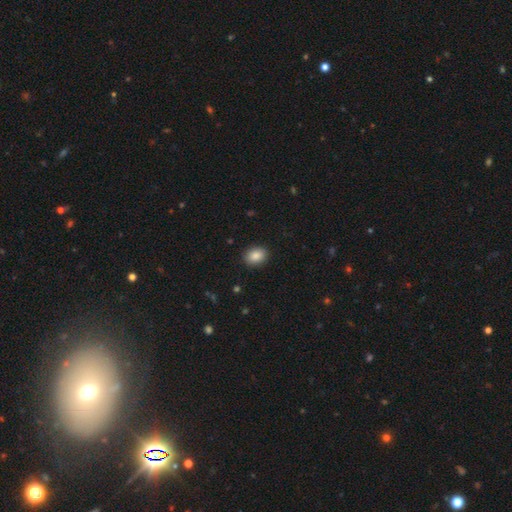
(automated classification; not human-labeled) A smooth galaxy with no disk features (87%) that is in between round and cigar-shaped (66%).

Vote fractions:
- Smooth or featured? smooth: 87% / star or artifact: 8% / featured or disk: 5%
- How rounded? in between: 66% / round: 33% / cigar-shaped: 1%
- Merging? none: 90% / minor disturbance: 7% / major disturbance: 2% / merger: 1%